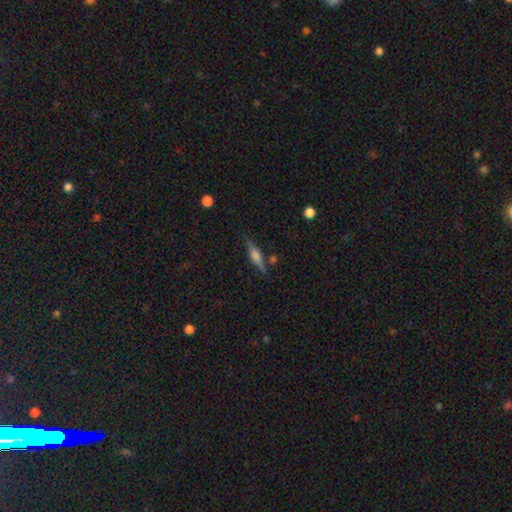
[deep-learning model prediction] Smooth or featured?
  - featured or disk: 62% *
  - smooth: 30%
  - star or artifact: 8%
Edge-on disk?
  - yes: 96% *
  - no: 4%
Edge-on bulge?
  - rounded: 76% *
  - boxy: 19%
  - none: 5%
Merging?
  - none: 80% *
  - minor disturbance: 13%
  - merger: 4%
  - major disturbance: 3%